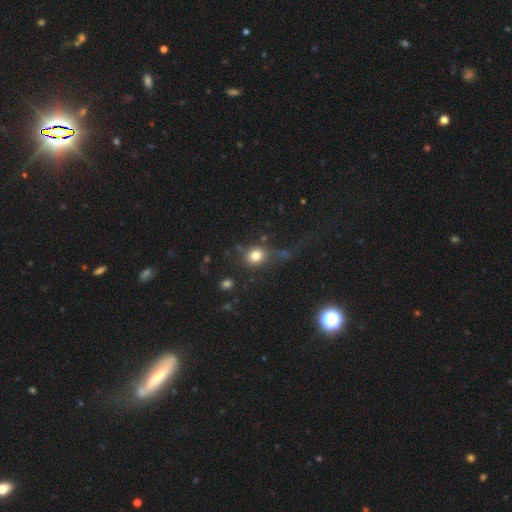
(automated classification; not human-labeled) Overall: smooth (81%). How rounded: round (71%). Merging: none (64%).